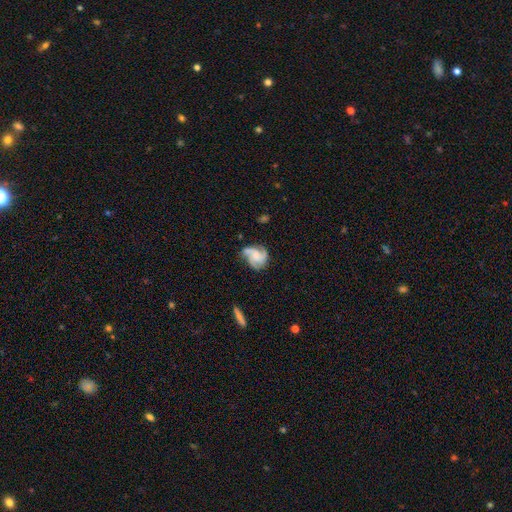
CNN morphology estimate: The model was most divided on "bulge size": small: 40%, moderate: 32%, none: 21%, large: 5%, dominant: 2%. Remaining: edge-on disk — no (98%); spiral arms — yes (96%); smooth or featured — featured or disk (78%); spiral arm count — 3 (73%); bar — no (71%); merging — none (62%); spiral winding — medium (49%).